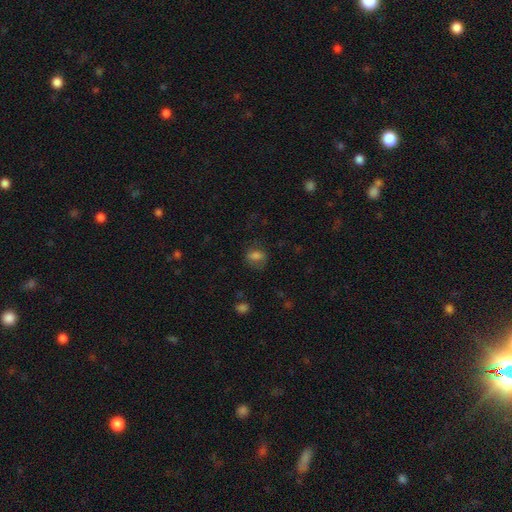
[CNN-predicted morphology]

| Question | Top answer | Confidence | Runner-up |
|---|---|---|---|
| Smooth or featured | smooth | 75% | star or artifact (12%) |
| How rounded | in between | 63% | round (35%) |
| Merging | none | 62% | minor disturbance (23%) |